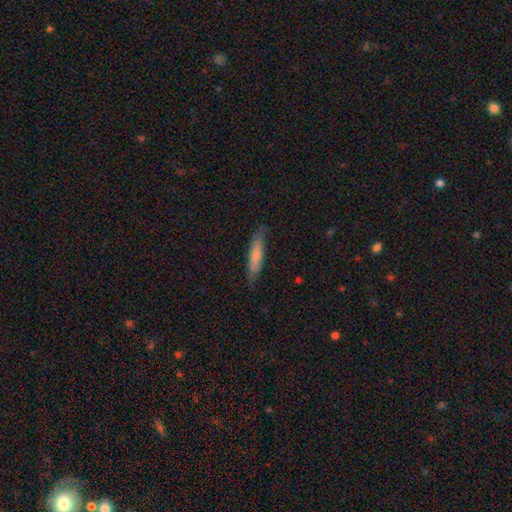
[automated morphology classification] Smooth or featured? smooth (70%)
How rounded? cigar-shaped (84%)
Merging? none (83%)